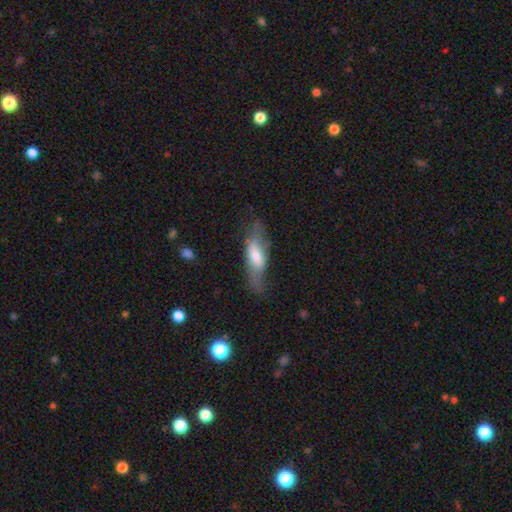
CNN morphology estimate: This appears to be a smooth galaxy with no disk features (49%). Merging: none (62%).